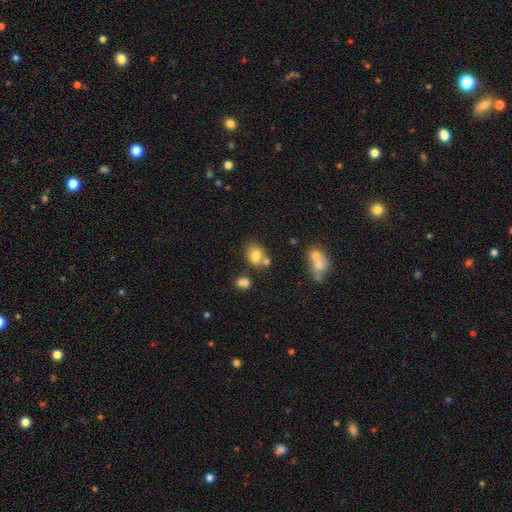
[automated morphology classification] Smooth or featured?
  - smooth: 77% *
  - featured or disk: 12%
  - star or artifact: 11%
How rounded?
  - in between: 60% *
  - round: 39%
  - cigar-shaped: 1%
Merging?
  - none: 53% *
  - merger: 25%
  - minor disturbance: 16%
  - major disturbance: 5%